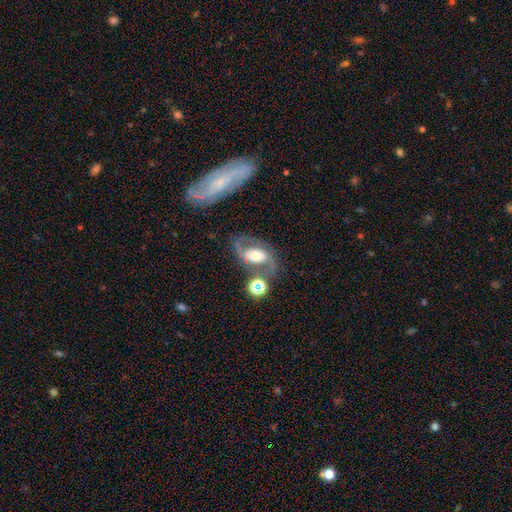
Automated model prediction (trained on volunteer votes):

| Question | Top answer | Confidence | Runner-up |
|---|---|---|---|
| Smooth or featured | featured or disk | 69% | smooth (21%) |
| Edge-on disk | no | 95% | yes (5%) |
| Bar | no | 46% | weak (32%) |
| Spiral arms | yes | 83% | no (17%) |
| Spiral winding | medium | 46% | loose (38%) |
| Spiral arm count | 2 | 85% | can't tell (6%) |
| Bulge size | moderate | 54% | small (23%) |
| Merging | none | 56% | minor disturbance (17%) |